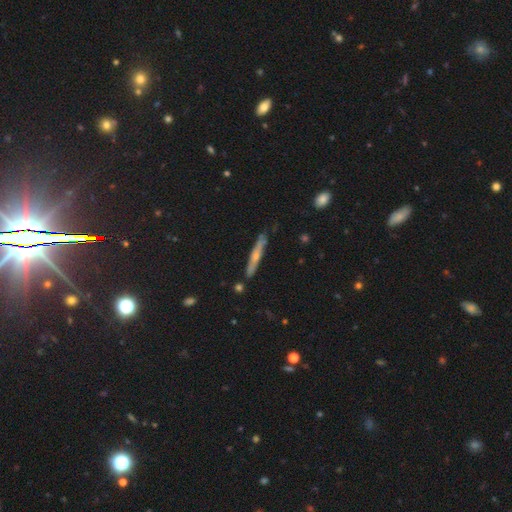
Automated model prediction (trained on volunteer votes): Q: Smooth or featured?
A: featured or disk (54%); runner-up: smooth (39%)
Q: Edge-on disk?
A: yes (92%); runner-up: no (8%)
Q: Merging?
A: none (83%); runner-up: minor disturbance (12%)